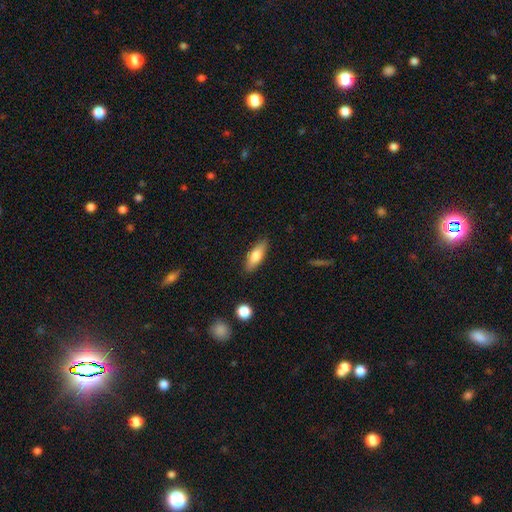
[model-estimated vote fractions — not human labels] smooth-or-featured: smooth: 75% | featured or disk: 19% | star or artifact: 7%
  how-rounded: in between: 65% | cigar-shaped: 33% | round: 2%
  merging: none: 86% | minor disturbance: 10% | major disturbance: 2% | merger: 1%